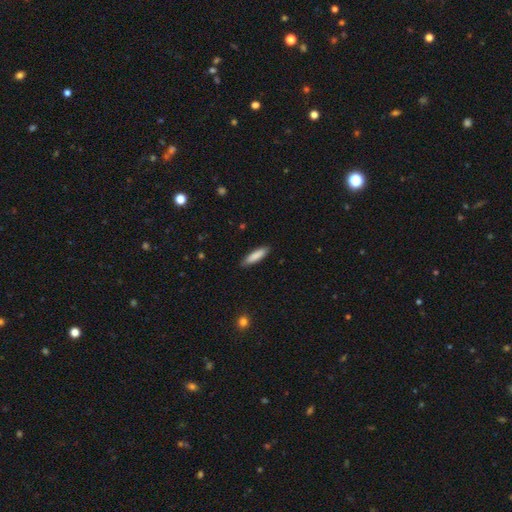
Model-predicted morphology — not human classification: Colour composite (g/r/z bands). It shows a smooth galaxy with no disk features (85%) that is cigar-shaped (71%). Merging: none (87%).